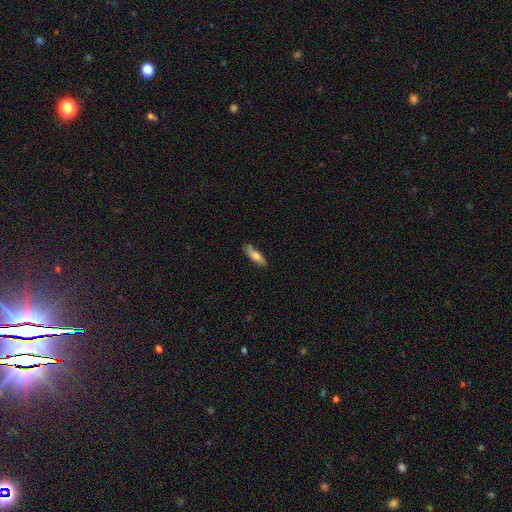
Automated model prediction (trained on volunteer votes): smooth-or-featured: smooth: 71% | featured or disk: 22% | star or artifact: 6%
  how-rounded: cigar-shaped: 57% | in between: 41% | round: 2%
  merging: none: 78% | minor disturbance: 17% | major disturbance: 3% | merger: 2%